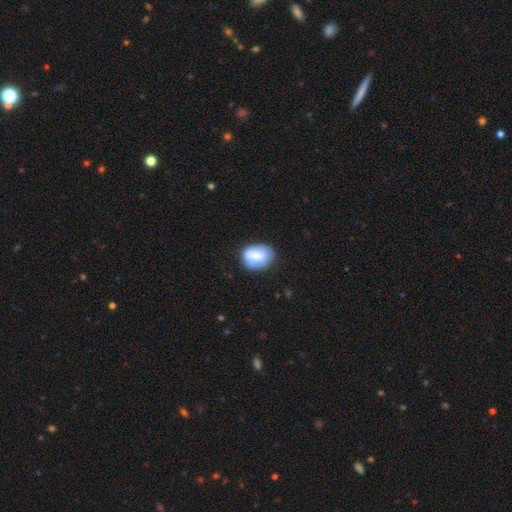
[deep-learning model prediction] The model was most divided on "how rounded": in between: 61%, round: 37%, cigar-shaped: 1%. More confident: merging — none (67%); smooth or featured — smooth (67%).